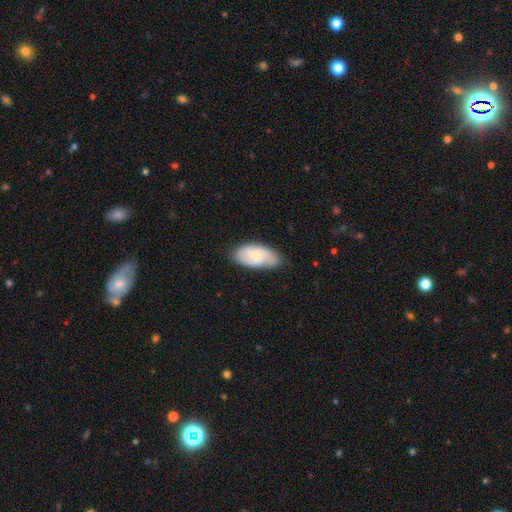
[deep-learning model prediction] smooth_or_featured: smooth (p=0.48) [alt: featured or disk p=0.46]
merging: none (p=0.70) [alt: minor disturbance p=0.24]